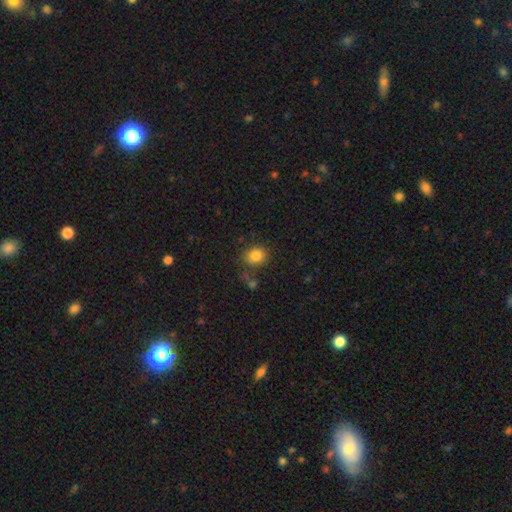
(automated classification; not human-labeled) A smooth galaxy with no disk features (83%) that is round (61%).

Vote fractions:
- Smooth or featured? smooth: 83% / star or artifact: 11% / featured or disk: 6%
- How rounded? round: 61% / in between: 38% / cigar-shaped: 1%
- Merging? none: 76% / minor disturbance: 13% / merger: 6% / major disturbance: 4%